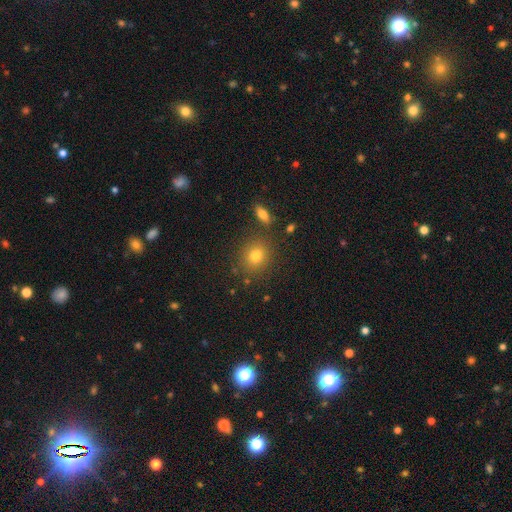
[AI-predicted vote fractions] smooth 78%, star or artifact 13%, featured or disk 9%. Down the decision tree: how rounded — round (75%); merging — none (83%).